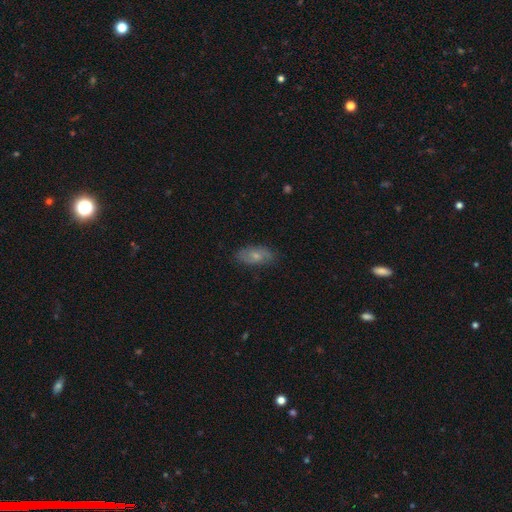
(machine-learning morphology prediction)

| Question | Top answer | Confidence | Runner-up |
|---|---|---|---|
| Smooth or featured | smooth | 56% | featured or disk (36%) |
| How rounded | in between | 87% | cigar-shaped (9%) |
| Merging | none | 79% | minor disturbance (16%) |